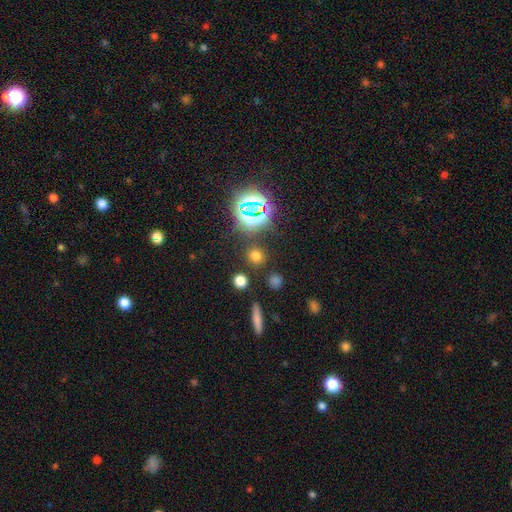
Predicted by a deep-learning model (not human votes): A smooth galaxy with no disk features (66%) that is round (84%). Merging: none (85%).